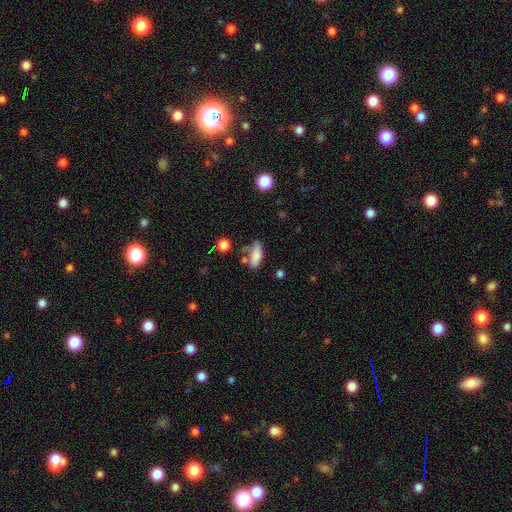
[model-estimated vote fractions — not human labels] A smooth galaxy with no disk features (80%) that is in between round and cigar-shaped (72%).

Vote fractions:
- Smooth or featured? smooth: 80% / featured or disk: 11% / star or artifact: 8%
- How rounded? in between: 72% / cigar-shaped: 25% / round: 3%
- Merging? none: 56% / minor disturbance: 25% / merger: 11% / major disturbance: 8%